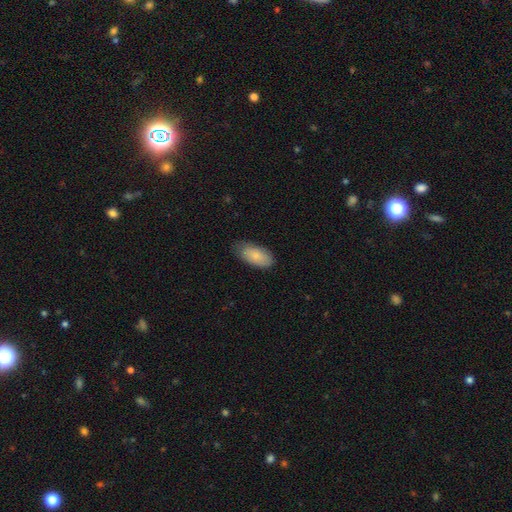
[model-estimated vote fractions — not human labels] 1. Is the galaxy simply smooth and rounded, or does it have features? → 84% smooth, 11% featured or disk, 6% star or artifact.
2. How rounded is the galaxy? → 92% in between, 6% cigar-shaped, 2% round.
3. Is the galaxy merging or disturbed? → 71% none, 24% minor disturbance, 4% major disturbance, 1% merger.